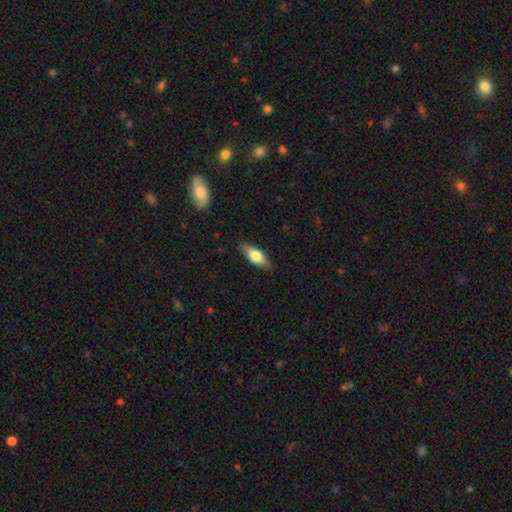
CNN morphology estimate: The model was most divided on "smooth or featured": smooth: 60%, featured or disk: 34%, star or artifact: 6%. More confident: merging — none (85%); how rounded — in between (69%).